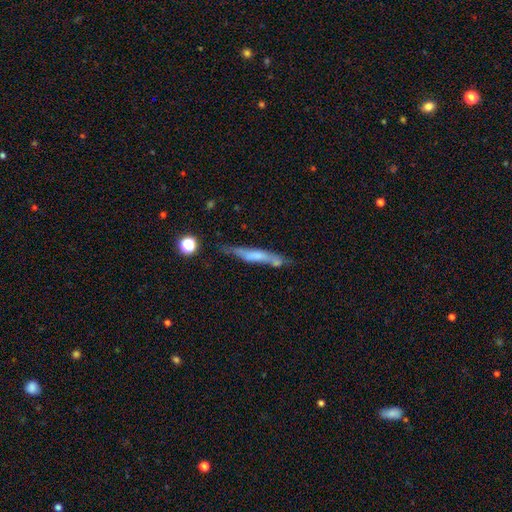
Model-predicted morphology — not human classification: This appears to be a smooth galaxy with no disk features (46%, tied with featured or disk). Merging: none (64%).